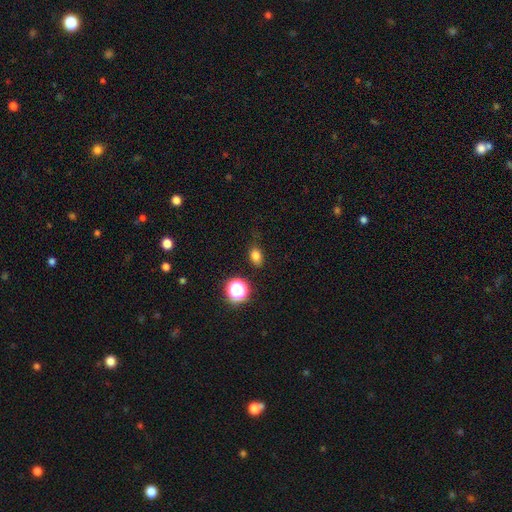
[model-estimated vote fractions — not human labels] smooth_or_featured: smooth (p=0.78) [alt: star or artifact p=0.15]
how_rounded: in between (p=0.73) [alt: round p=0.25]
merging: none (p=0.80) [alt: minor disturbance p=0.14]